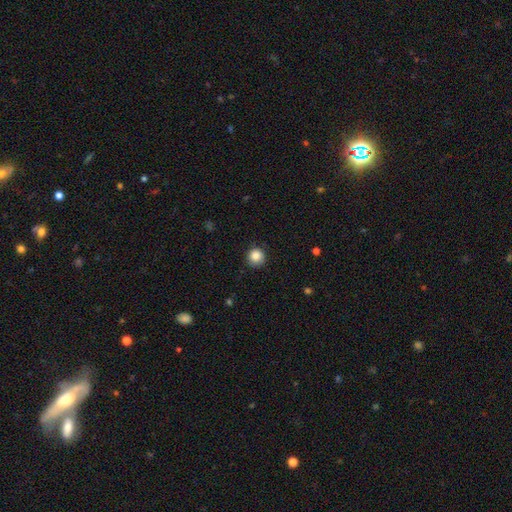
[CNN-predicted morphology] Smooth or featured: smooth — 86% (star or artifact — 10%)
How rounded: round — 94% (in between — 5%)
Merging: none — 84% (minor disturbance — 12%)